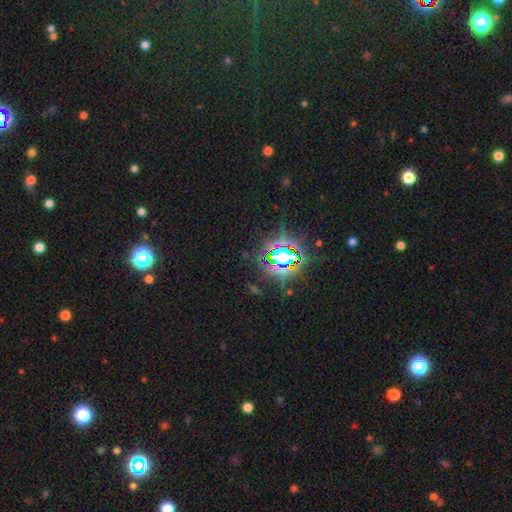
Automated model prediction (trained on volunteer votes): This appears to be a star or artifact, not a galaxy (83%).